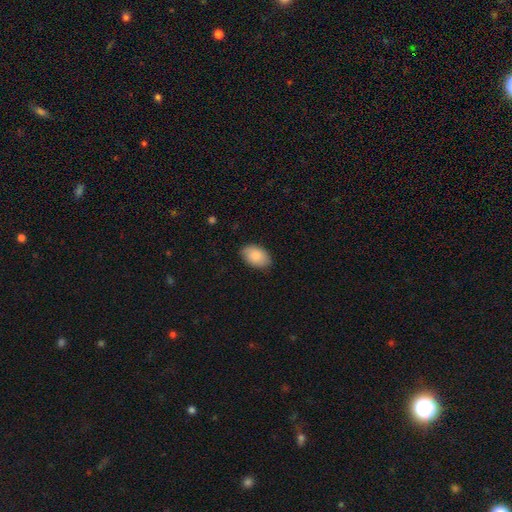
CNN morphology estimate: This is clearly a smooth galaxy (84%). How rounded: clearly in between (92%). Merging: clearly none (85%).